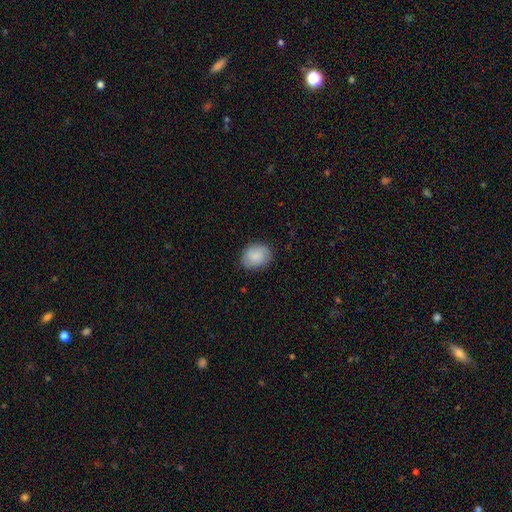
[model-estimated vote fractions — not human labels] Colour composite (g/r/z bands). It shows a smooth galaxy with no disk features (78%) that is in between round and cigar-shaped (51%). Merging: none (83%).